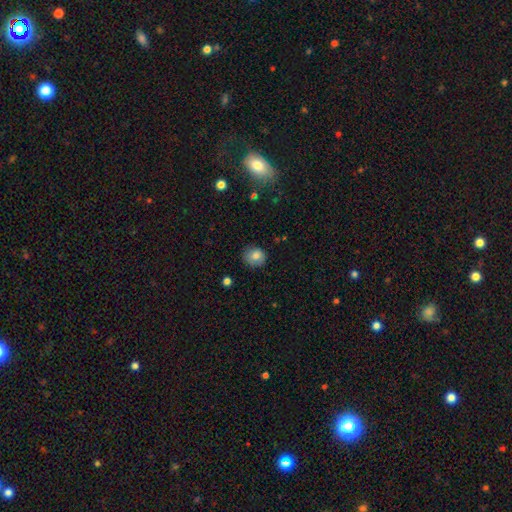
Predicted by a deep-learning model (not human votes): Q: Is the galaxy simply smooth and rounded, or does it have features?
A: smooth — 80%.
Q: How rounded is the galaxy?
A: round — 76%.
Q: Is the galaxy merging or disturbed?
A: none — 78%.